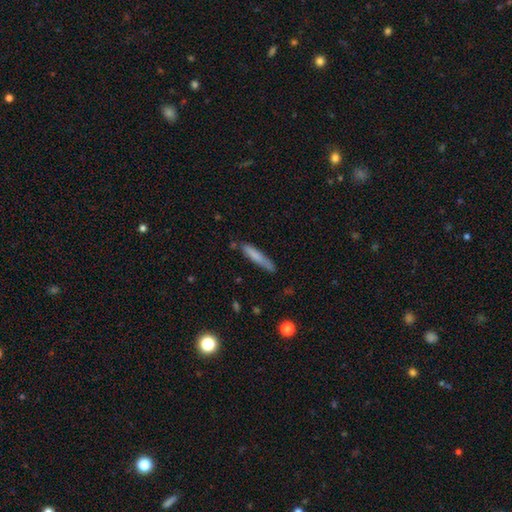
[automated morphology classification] Smooth or featured? Predicted: smooth (p=0.76). How rounded? Predicted: cigar-shaped (p=0.92). Merging? Predicted: none (p=0.76).